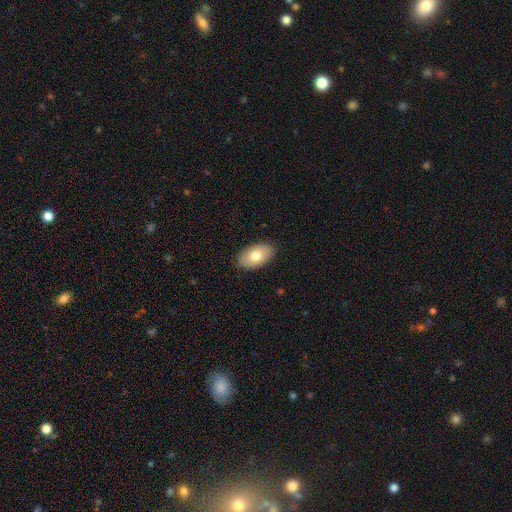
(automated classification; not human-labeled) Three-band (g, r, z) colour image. It shows a smooth galaxy with no disk features (76%) that is in between round and cigar-shaped (93%). Merging: none (87%).